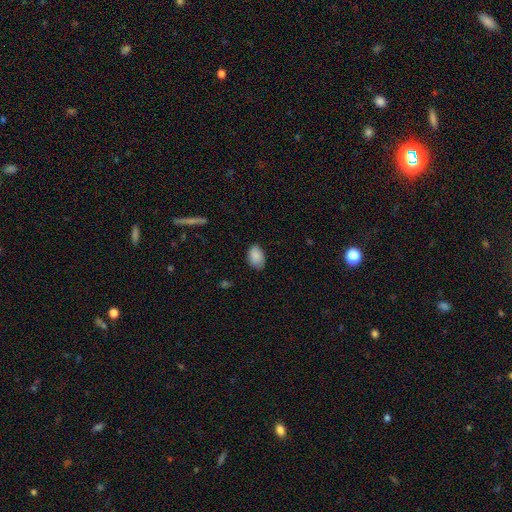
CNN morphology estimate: This is clearly a smooth galaxy (87%). How rounded: clearly in between (88%). Merging: likely none (78%).